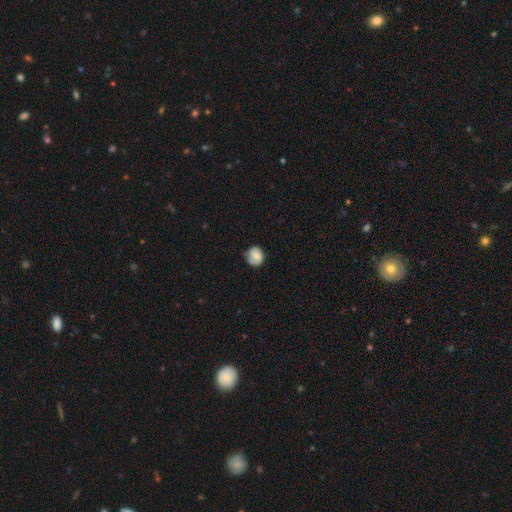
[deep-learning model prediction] This is likely a smooth galaxy (71%). How rounded: likely round (77%). Merging: likely none (67%).